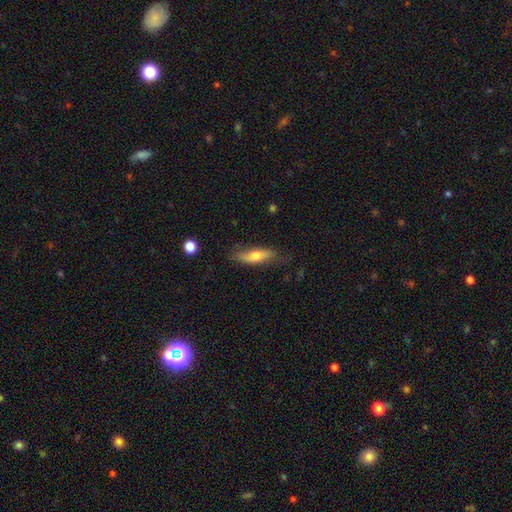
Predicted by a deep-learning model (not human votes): A smooth galaxy with no disk features (62%) that is cigar-shaped (59%). Merging: none (71%).